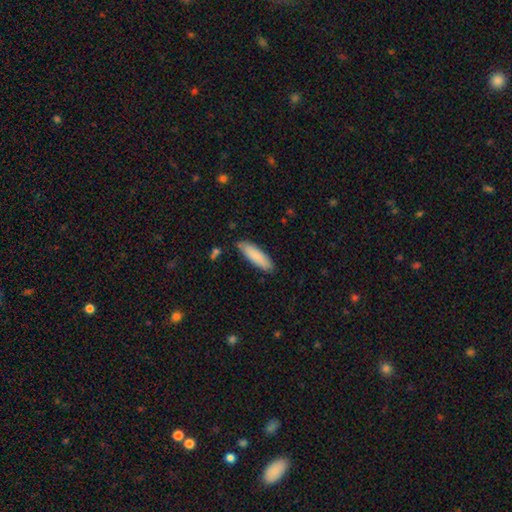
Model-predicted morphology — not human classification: smooth 86%, featured or disk 8%, star or artifact 6%. Down the decision tree: how rounded — cigar-shaped (61%); merging — none (85%).